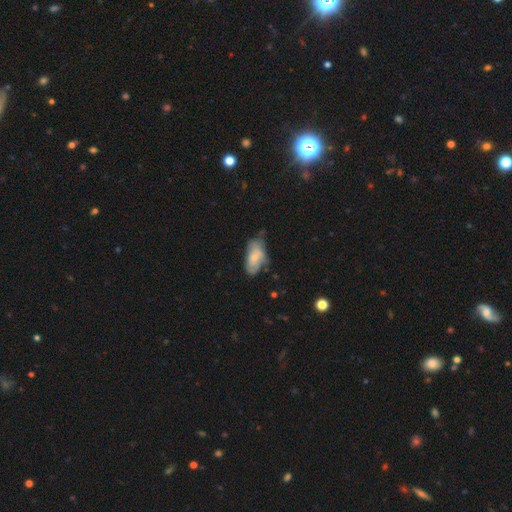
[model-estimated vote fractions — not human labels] smooth_or_featured: smooth (p=0.64) [alt: featured or disk p=0.28]
how_rounded: in between (p=0.92) [alt: cigar-shaped p=0.05]
merging: none (p=0.39) [tied with: minor disturbance p=0.39]